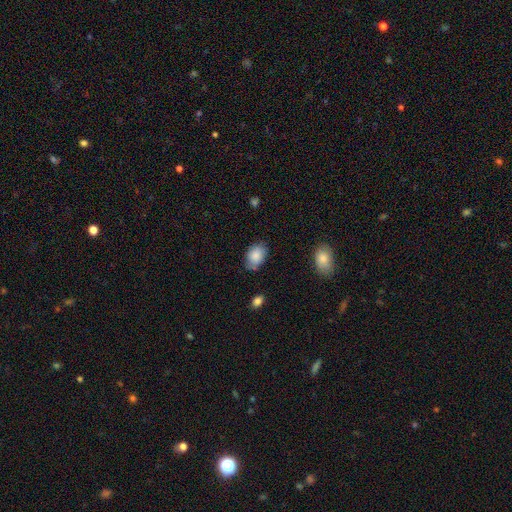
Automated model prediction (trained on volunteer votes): A smooth galaxy with no disk features (84%) that is in between round and cigar-shaped (84%). Merging: none (72%).